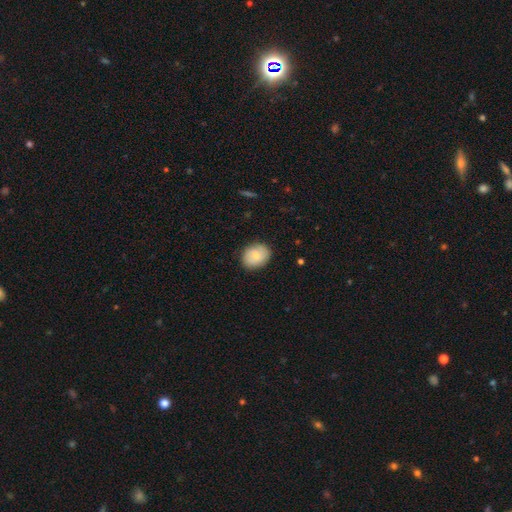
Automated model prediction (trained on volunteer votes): A smooth galaxy with no disk features (72%) that is round (53%). Merging: none (85%).